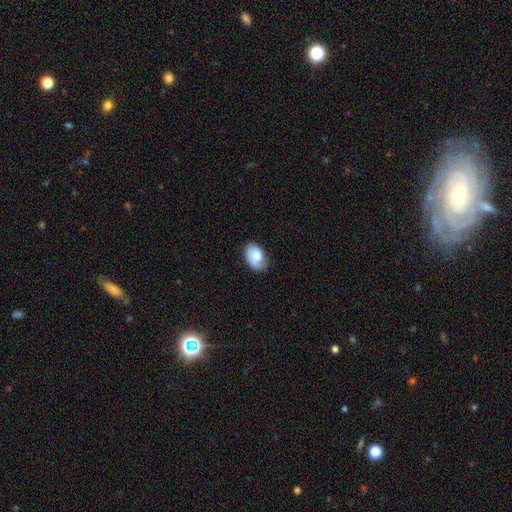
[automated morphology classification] Smooth or featured? smooth (66%)
How rounded? in between (82%)
Merging? none (63%)